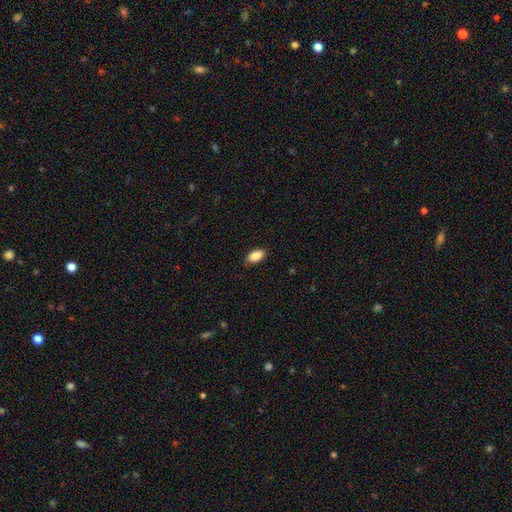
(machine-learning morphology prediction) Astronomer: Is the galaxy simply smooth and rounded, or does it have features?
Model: smooth — 87%.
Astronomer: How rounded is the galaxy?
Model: in between — 92%.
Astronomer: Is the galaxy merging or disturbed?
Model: none — 86%.